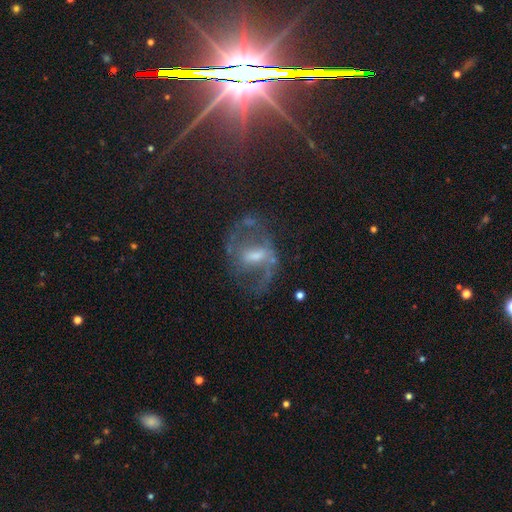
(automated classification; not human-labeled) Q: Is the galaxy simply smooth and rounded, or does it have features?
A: featured or disk — 75%.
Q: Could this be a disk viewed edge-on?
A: no — 97%.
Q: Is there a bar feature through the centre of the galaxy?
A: weak — 52%.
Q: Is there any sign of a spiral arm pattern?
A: yes — 78%.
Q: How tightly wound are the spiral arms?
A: medium — 46%.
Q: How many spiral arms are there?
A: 2 — 78%.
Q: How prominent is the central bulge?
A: moderate — 45%.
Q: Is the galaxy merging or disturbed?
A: none — 54%.